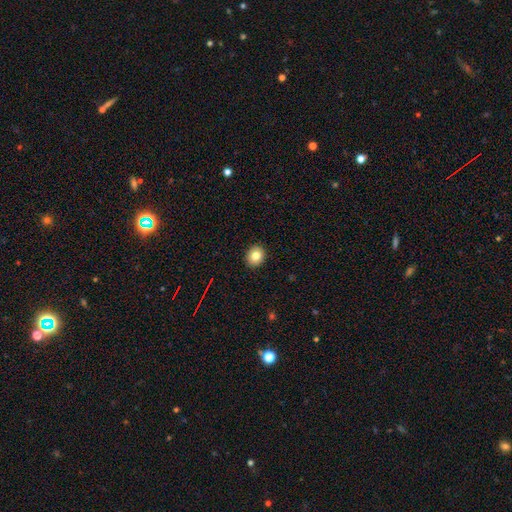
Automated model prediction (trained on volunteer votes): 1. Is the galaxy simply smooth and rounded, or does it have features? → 80% smooth, 10% star or artifact, 10% featured or disk.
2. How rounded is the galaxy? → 73% round, 26% in between, 1% cigar-shaped.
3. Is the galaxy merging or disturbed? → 92% none, 6% minor disturbance, 2% major disturbance, 1% merger.